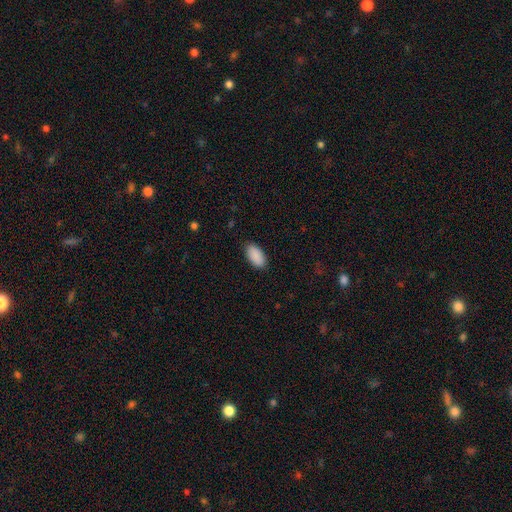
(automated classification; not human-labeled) Q: Smooth or featured?
A: smooth (91%); runner-up: star or artifact (6%)
Q: How rounded?
A: in between (95%); runner-up: cigar-shaped (3%)
Q: Merging?
A: none (88%); runner-up: minor disturbance (9%)